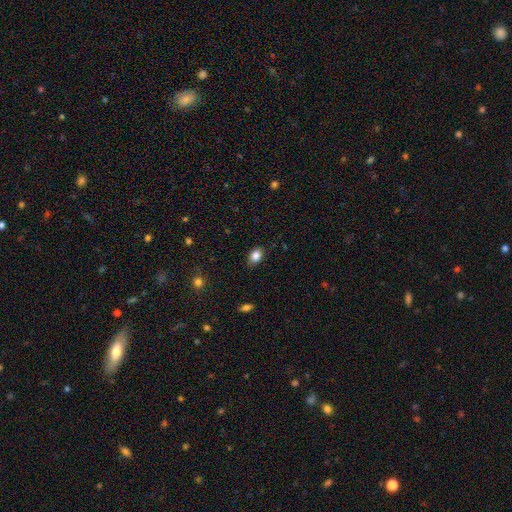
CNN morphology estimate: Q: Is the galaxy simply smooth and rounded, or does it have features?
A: smooth — 85%.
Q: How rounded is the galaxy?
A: in between — 76%.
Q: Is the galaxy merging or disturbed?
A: none — 84%.